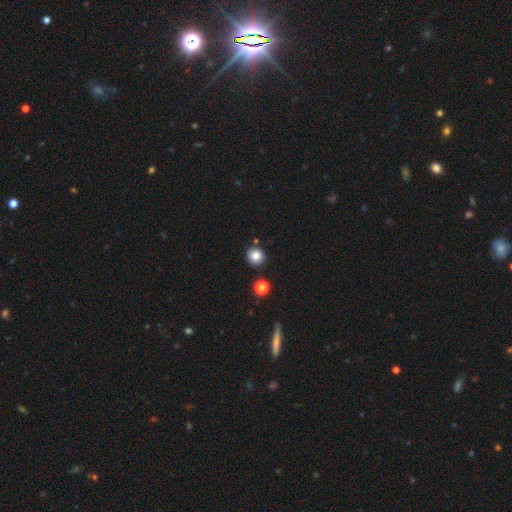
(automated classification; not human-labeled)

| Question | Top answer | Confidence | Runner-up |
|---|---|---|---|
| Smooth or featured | smooth | 81% | star or artifact (12%) |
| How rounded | round | 89% | in between (10%) |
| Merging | none | 85% | minor disturbance (8%) |